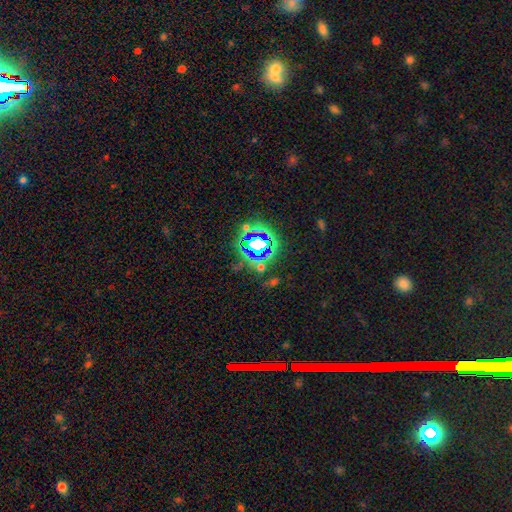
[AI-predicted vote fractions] Smooth or featured? Predicted: star or artifact (p=0.77).